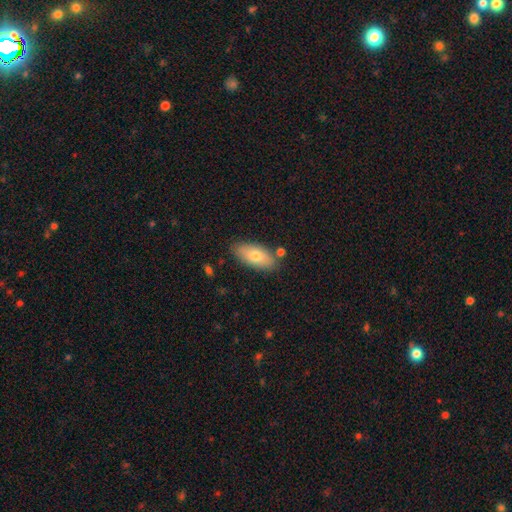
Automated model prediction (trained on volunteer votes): This appears to be a smooth galaxy with no disk features (75%) that is in between round and cigar-shaped (87%). Merging: none (80%).